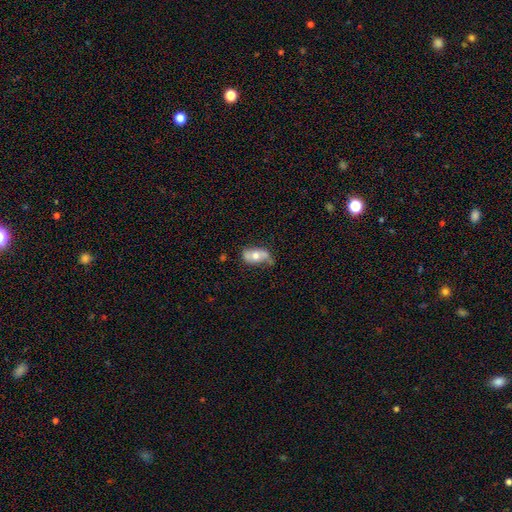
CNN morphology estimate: smooth-or-featured: smooth: 51% | featured or disk: 42% | star or artifact: 7%
  how-rounded: in between: 88% | round: 6% | cigar-shaped: 5%
  merging: none: 54% | minor disturbance: 32% | major disturbance: 9% | merger: 5%